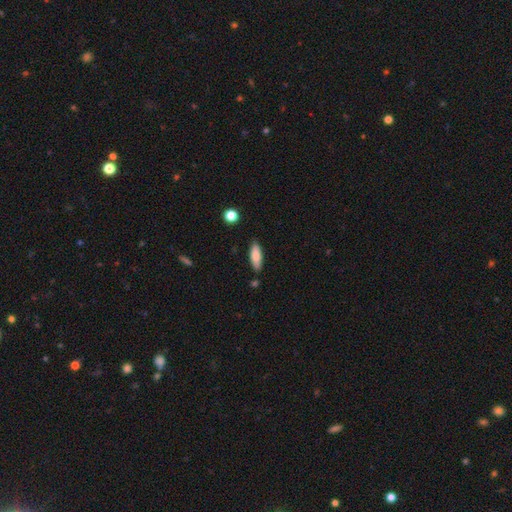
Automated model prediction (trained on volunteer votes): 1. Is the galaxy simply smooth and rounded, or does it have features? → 82% smooth, 12% featured or disk, 6% star or artifact.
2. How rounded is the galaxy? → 60% in between, 38% cigar-shaped, 2% round.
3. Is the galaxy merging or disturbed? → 83% none, 12% minor disturbance, 3% merger, 2% major disturbance.